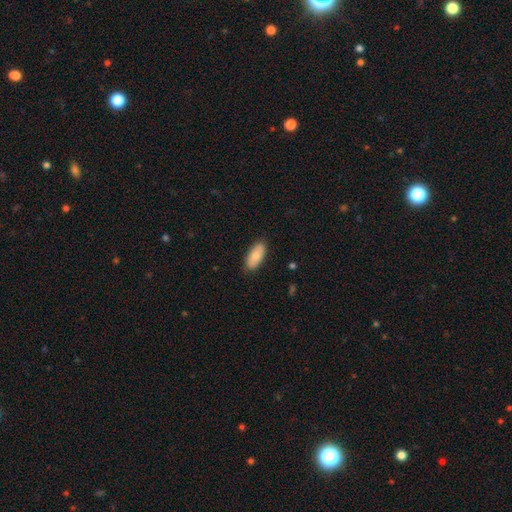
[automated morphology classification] Smooth or featured: smooth — 81% (featured or disk — 14%)
How rounded: in between — 87% (cigar-shaped — 11%)
Merging: none — 87% (minor disturbance — 11%)